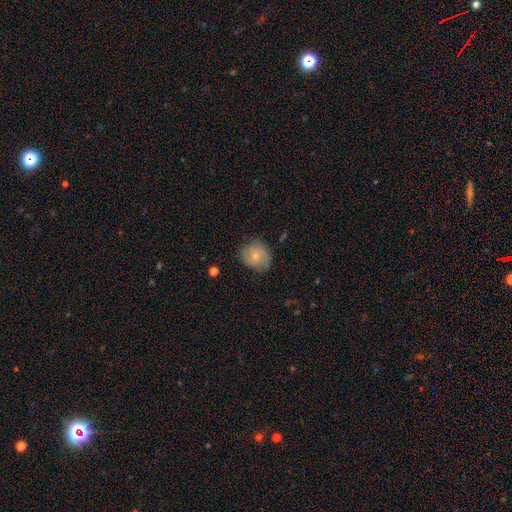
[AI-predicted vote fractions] The model was most divided on "smooth or featured": smooth: 63%, featured or disk: 30%, star or artifact: 7%. More confident: how rounded — round (78%); merging — none (71%).